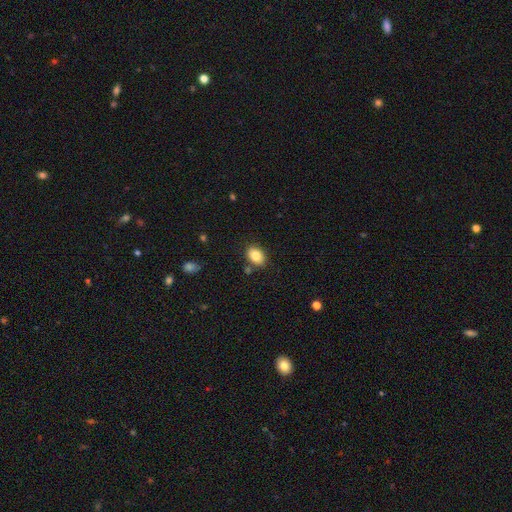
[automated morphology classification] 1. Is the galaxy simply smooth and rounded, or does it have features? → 83% smooth, 8% featured or disk, 8% star or artifact.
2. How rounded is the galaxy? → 78% in between, 21% round, 1% cigar-shaped.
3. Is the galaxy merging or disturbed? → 81% none, 11% minor disturbance, 5% merger, 3% major disturbance.